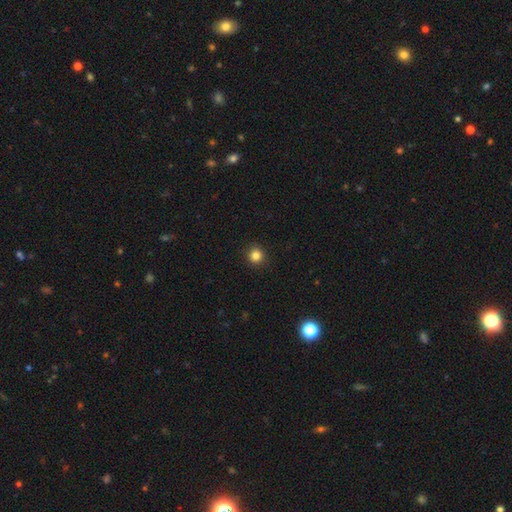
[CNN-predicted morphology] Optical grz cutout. It shows a smooth galaxy with no disk features (83%) that is round (94%). Merging: none (92%).